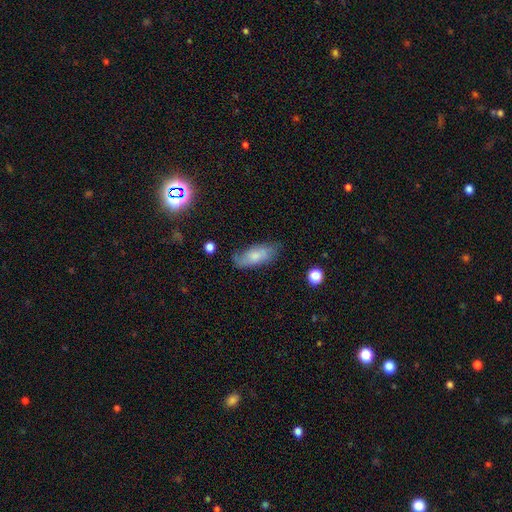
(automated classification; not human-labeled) Smooth or featured?
  - smooth: 66% *
  - featured or disk: 26%
  - star or artifact: 7%
How rounded?
  - in between: 80% *
  - cigar-shaped: 18%
  - round: 2%
Merging?
  - none: 70% *
  - minor disturbance: 23%
  - major disturbance: 6%
  - merger: 2%